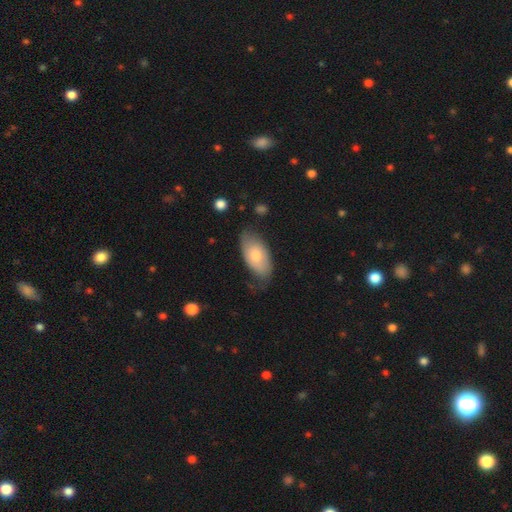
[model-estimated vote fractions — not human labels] Morphology: type=smooth (69%); roundness=in between (94%); merging=none (62%).